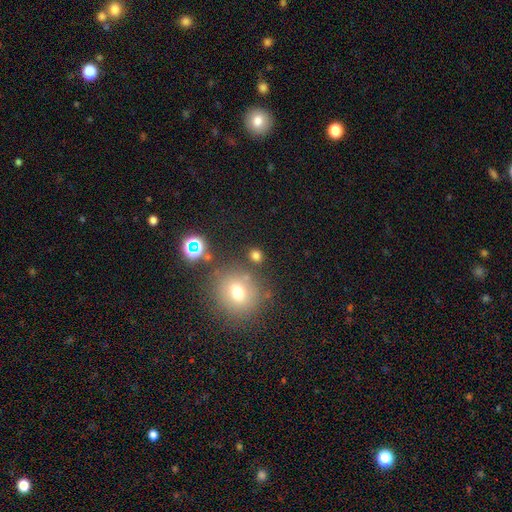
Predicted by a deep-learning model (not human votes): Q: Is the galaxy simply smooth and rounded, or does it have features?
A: smooth — 72%.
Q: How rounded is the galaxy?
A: round — 76%.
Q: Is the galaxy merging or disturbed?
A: none — 80%.